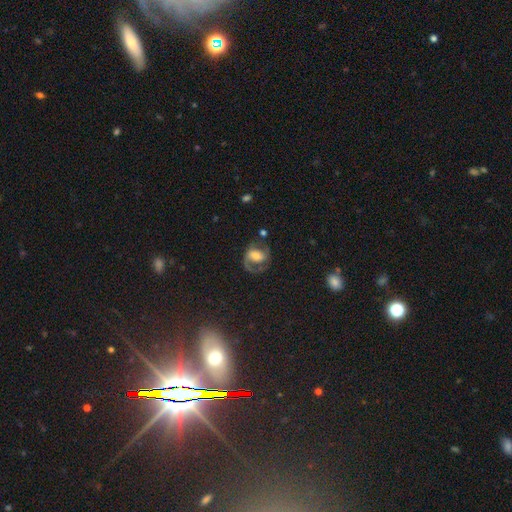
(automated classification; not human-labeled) smooth-or-featured: featured or disk: 75% | smooth: 17% | star or artifact: 8%
  disk-edge-on: no: 97% | yes: 3%
    bar: weak: 40% | no: 36% | strong: 23%
    has-spiral-arms: yes: 92% | no: 8%
      spiral-winding: medium: 53% | loose: 24% | tight: 23%
      spiral-arm-count: 2: 72% | 1: 20% | can't tell: 5% | 3: 1% | 4: 1% | more than 4: 1%
    bulge-size: moderate: 55% | small: 26% | large: 14% | none: 3% | dominant: 2%
  merging: none: 61% | minor disturbance: 18% | major disturbance: 18% | merger: 3%